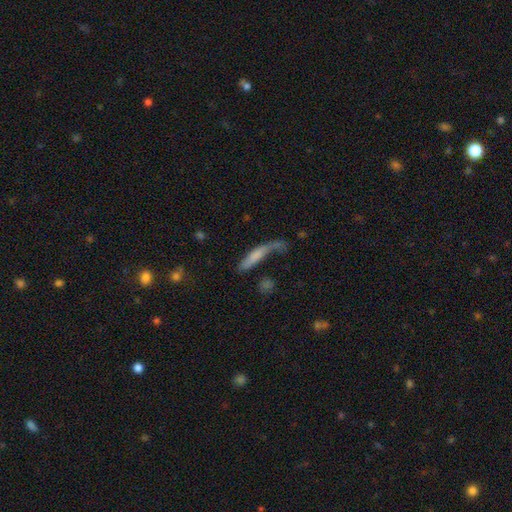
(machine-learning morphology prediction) Q: Smooth or featured?
A: smooth (66%); runner-up: featured or disk (26%)
Q: How rounded?
A: cigar-shaped (79%); runner-up: in between (18%)
Q: Merging?
A: none (34%); runner-up: major disturbance (31%)